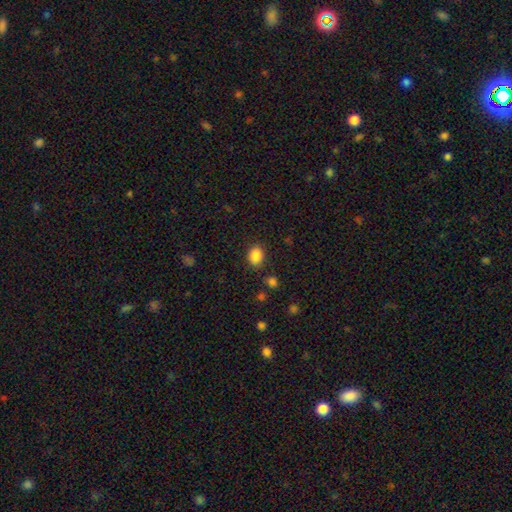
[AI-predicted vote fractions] smooth-or-featured: smooth: 87% | star or artifact: 10% | featured or disk: 4%
  how-rounded: in between: 63% | round: 36% | cigar-shaped: 1%
  merging: none: 84% | minor disturbance: 11% | major disturbance: 3% | merger: 2%